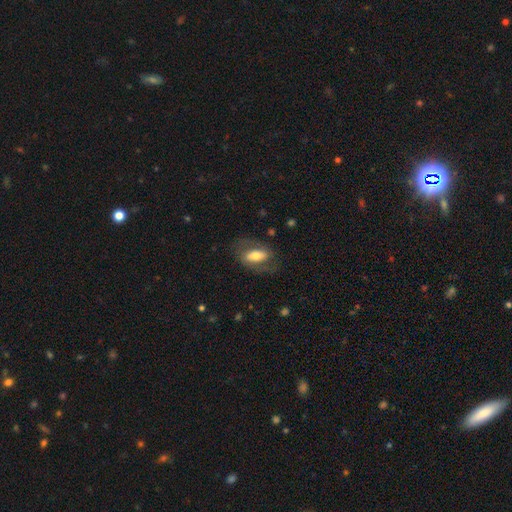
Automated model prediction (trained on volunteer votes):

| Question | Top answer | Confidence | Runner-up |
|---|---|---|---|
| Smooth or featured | smooth | 51% | featured or disk (43%) |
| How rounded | in between | 87% | cigar-shaped (6%) |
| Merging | none | 68% | minor disturbance (17%) |